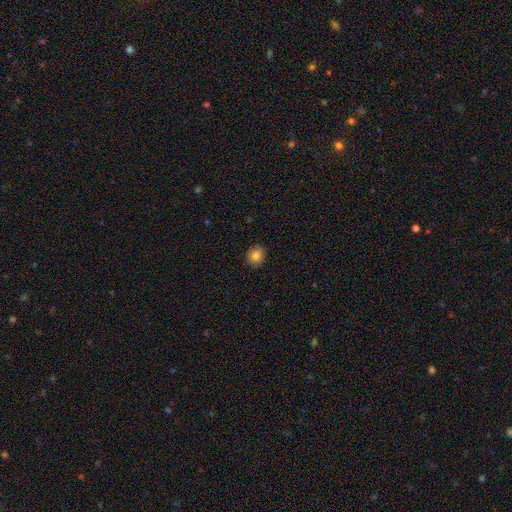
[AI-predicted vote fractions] smooth-or-featured: smooth: 84% | star or artifact: 10% | featured or disk: 7%
  how-rounded: round: 77% | in between: 22% | cigar-shaped: 1%
  merging: none: 89% | minor disturbance: 8% | major disturbance: 2% | merger: 1%